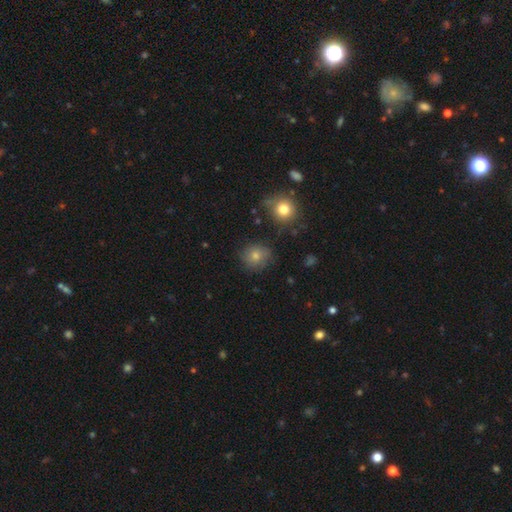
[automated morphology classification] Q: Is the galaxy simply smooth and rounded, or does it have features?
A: smooth — 76%.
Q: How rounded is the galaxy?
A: round — 84%.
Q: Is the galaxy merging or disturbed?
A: none — 75%.